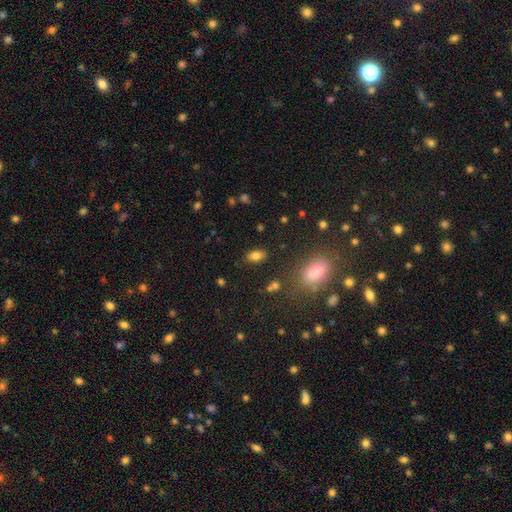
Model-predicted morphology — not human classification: Q: Smooth or featured?
A: smooth (81%); runner-up: star or artifact (11%)
Q: How rounded?
A: in between (89%); runner-up: round (8%)
Q: Merging?
A: none (85%); runner-up: minor disturbance (10%)